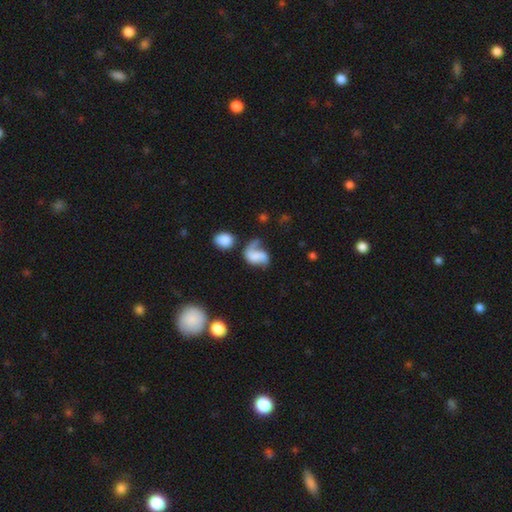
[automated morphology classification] smooth_or_featured: featured or disk (p=0.63) [alt: smooth p=0.28]
disk_edge_on: no (p=0.98) [alt: yes p=0.02]
bar: no (p=0.53) [alt: weak p=0.32]
has_spiral_arms: yes (p=0.86) [alt: no p=0.14]
spiral_winding: loose (p=0.66) [alt: medium p=0.26]
spiral_arm_count: 2 (p=0.70) [alt: 1 p=0.23]
bulge_size: none (p=0.55) [alt: small p=0.17]
merging: none (p=0.35) [alt: major disturbance p=0.29]